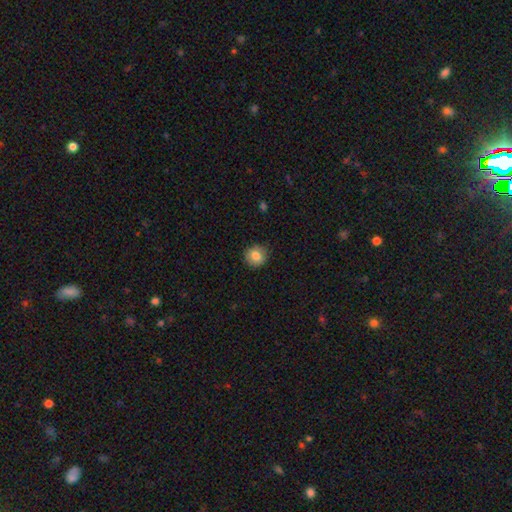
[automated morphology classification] Smooth or featured: smooth — 81% (featured or disk — 10%)
How rounded: round — 88% (in between — 11%)
Merging: none — 85% (minor disturbance — 12%)